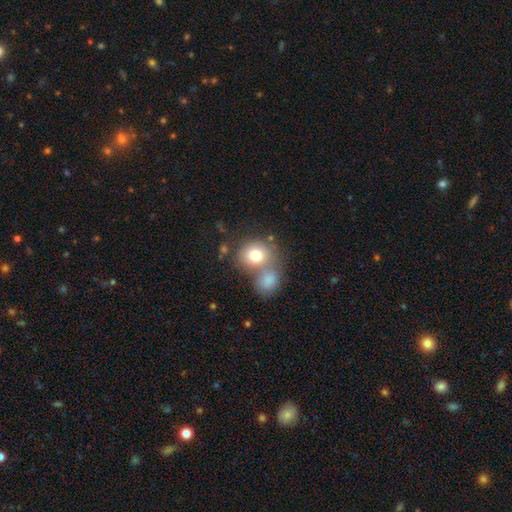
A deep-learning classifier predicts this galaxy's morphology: A smooth galaxy with no disk features (77%) that is round (70%).

Vote fractions:
- Smooth or featured? smooth: 77% / featured or disk: 14% / star or artifact: 10%
- How rounded? round: 70% / in between: 30% / cigar-shaped: 1%
- Merging? none: 43% / merger: 42% / minor disturbance: 10% / major disturbance: 5%